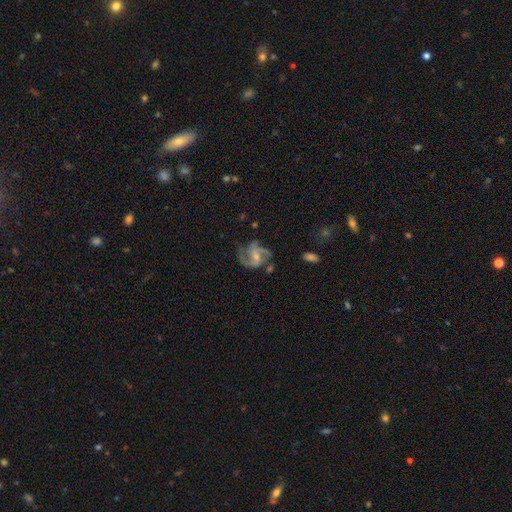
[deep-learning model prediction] The model was most divided on "bar": weak: 45%, no: 42%, strong: 13%. Remaining: edge-on disk — no (98%); spiral arms — yes (95%); smooth or featured — featured or disk (84%); merging — none (55%); bulge size — small (53%); spiral winding — medium (52%); spiral arm count — 3 (41%).